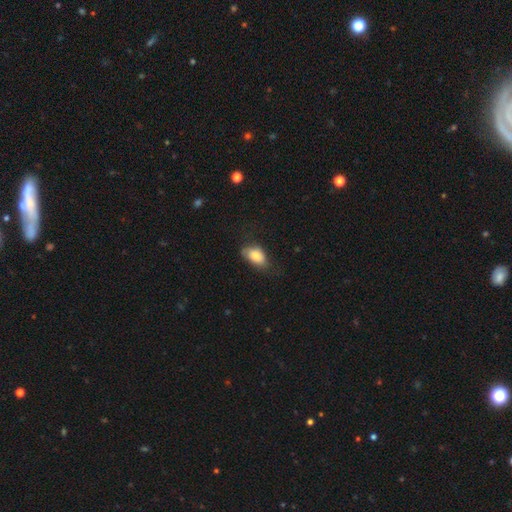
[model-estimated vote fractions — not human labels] Overall: smooth (79%). How rounded: in between (90%). Merging: none (58%; minor disturbance 30%).